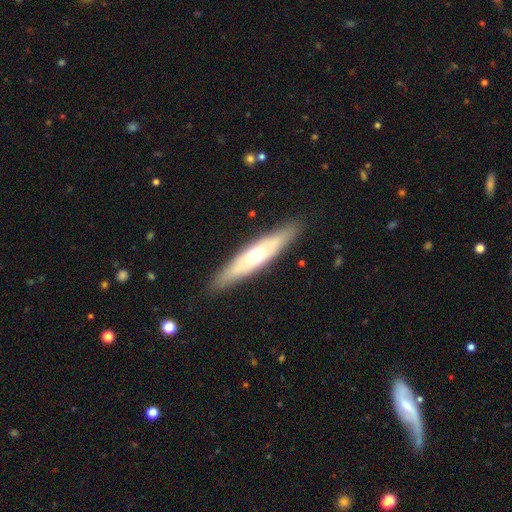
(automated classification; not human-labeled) This is possibly a featured or disk galaxy (51%). It is likely viewed edge-on (78%). Merging: clearly none (88%).